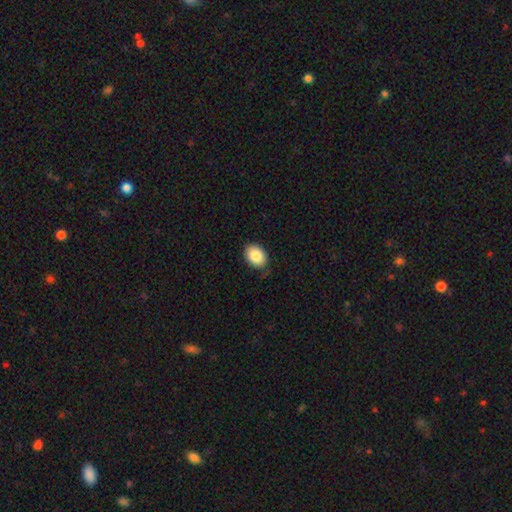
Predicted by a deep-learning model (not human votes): This appears to be a smooth galaxy with no disk features (85%) that is in between round and cigar-shaped (70%). Merging: none (79%).